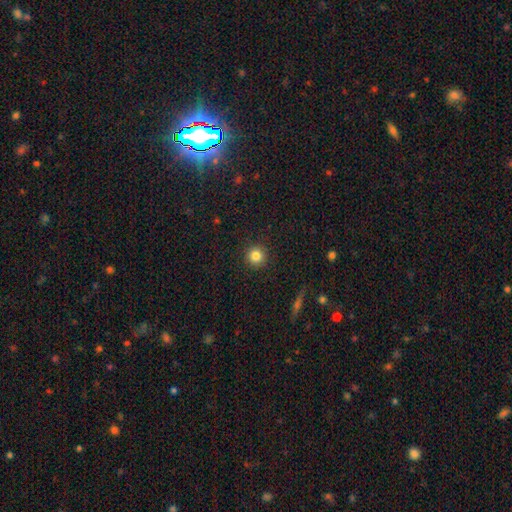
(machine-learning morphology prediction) Overall: smooth (83%). How rounded: round (95%). Merging: none (92%).